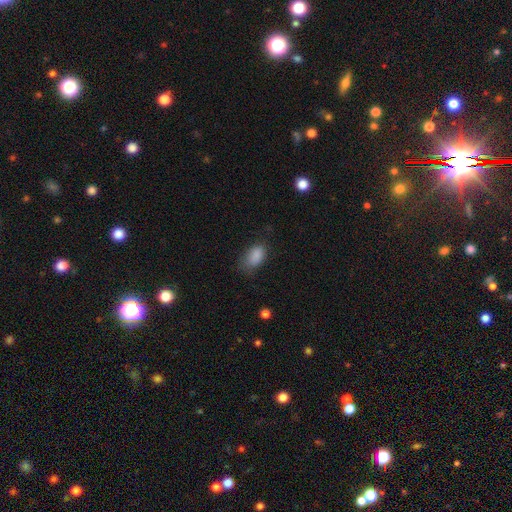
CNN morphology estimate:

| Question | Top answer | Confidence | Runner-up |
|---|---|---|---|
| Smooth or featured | smooth | 86% | star or artifact (9%) |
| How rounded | in between | 89% | round (9%) |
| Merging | none | 62% | minor disturbance (27%) |